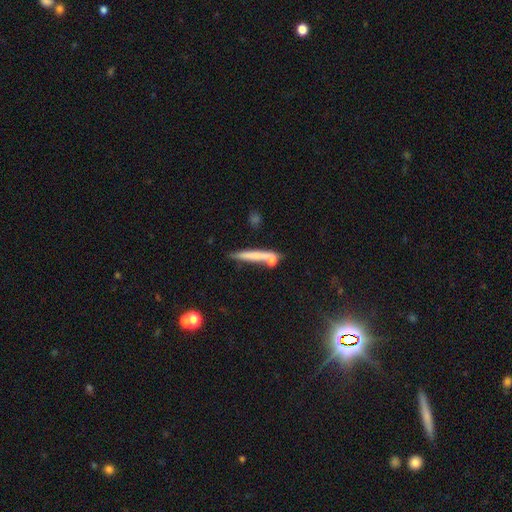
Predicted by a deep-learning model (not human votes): Overall: smooth (61%; featured or disk 29%). How rounded: cigar-shaped (88%). Merging: none (54%; merger 22%).